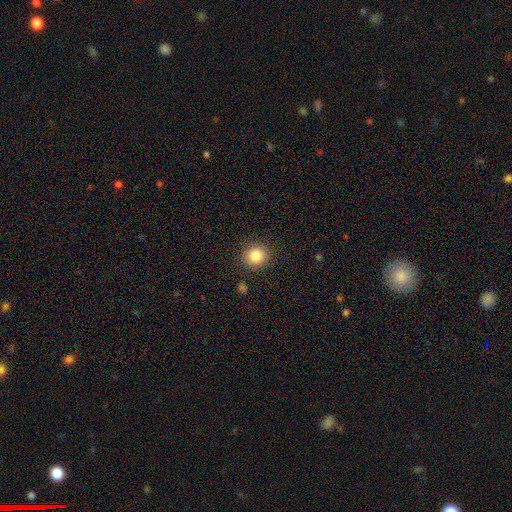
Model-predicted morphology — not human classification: The model was most divided on "smooth or featured": smooth: 84%, star or artifact: 10%, featured or disk: 6%. More confident: how rounded — round (90%); merging — none (88%).